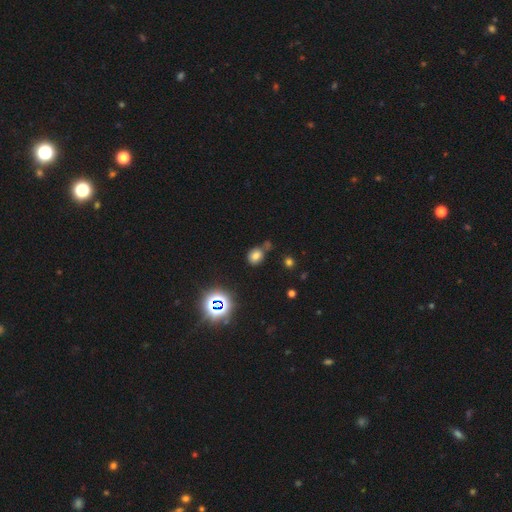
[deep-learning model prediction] smooth 69%, star or artifact 22%, featured or disk 9%. Down the decision tree: how rounded — round (56%); merging — none (68%).